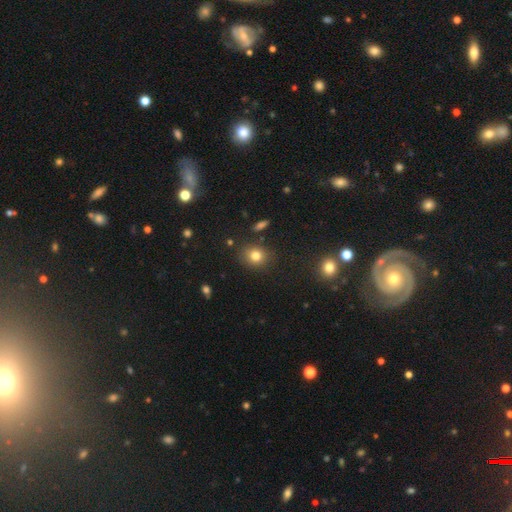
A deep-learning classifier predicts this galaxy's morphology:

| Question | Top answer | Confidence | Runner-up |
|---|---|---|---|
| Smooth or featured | smooth | 79% | star or artifact (13%) |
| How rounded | round | 69% | in between (29%) |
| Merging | none | 84% | minor disturbance (10%) |